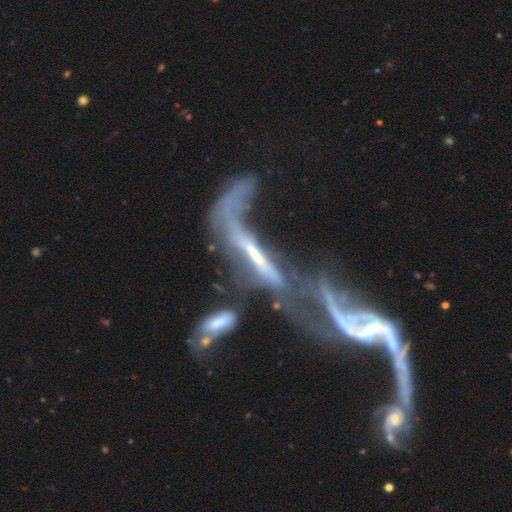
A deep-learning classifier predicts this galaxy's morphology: Overall: featured or disk (70%). Edge-on disk: no (58%; yes 42%). Merging: merger (54%; major disturbance 29%).